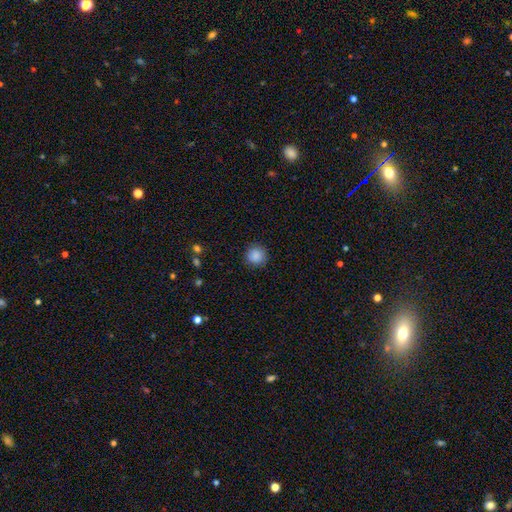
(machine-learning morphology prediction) smooth-or-featured: smooth: 88% | star or artifact: 9% | featured or disk: 3%
  how-rounded: round: 94% | in between: 5% | cigar-shaped: 1%
  merging: none: 90% | minor disturbance: 7% | major disturbance: 2% | merger: 1%